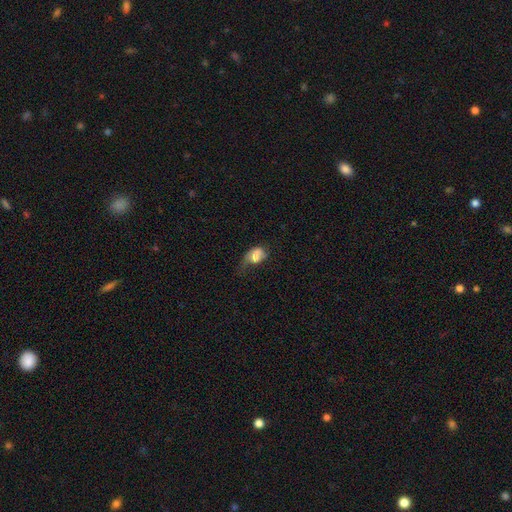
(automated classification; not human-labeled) Smooth or featured: smooth — 66% (featured or disk — 24%)
How rounded: in between — 81% (round — 16%)
Merging: major disturbance — 43% (minor disturbance — 26%)